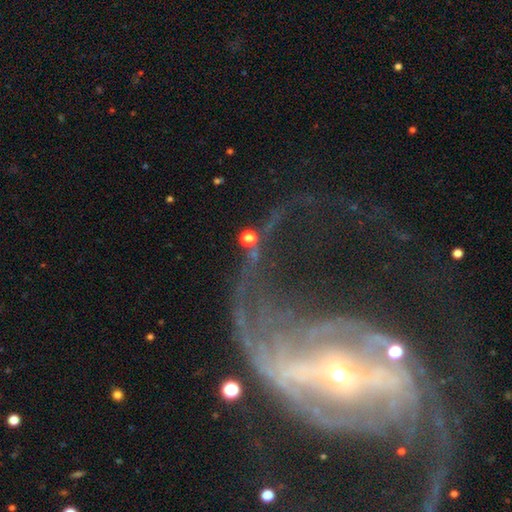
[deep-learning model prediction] Q: Smooth or featured?
A: featured or disk (84%); runner-up: star or artifact (9%)
Q: Edge-on disk?
A: no (94%); runner-up: yes (6%)
Q: Bar?
A: strong (52%); runner-up: weak (25%)
Q: Spiral arms?
A: yes (83%); runner-up: no (17%)
Q: Spiral winding?
A: loose (50%); runner-up: medium (34%)
Q: Spiral arm count?
A: 2 (62%); runner-up: can't tell (14%)
Q: Bulge size?
A: small (76%); runner-up: moderate (19%)
Q: Merging?
A: major disturbance (48%); runner-up: none (32%)